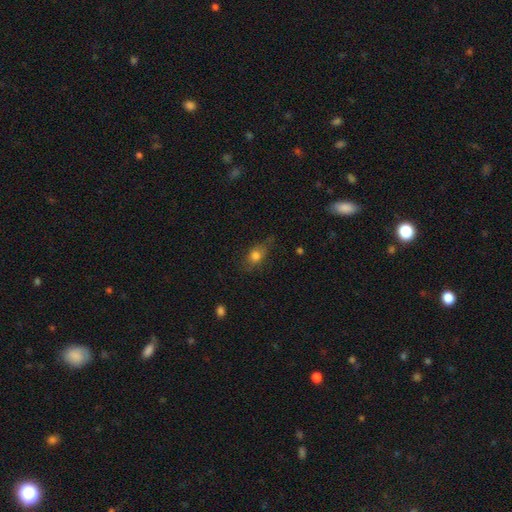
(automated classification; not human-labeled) smooth_or_featured: smooth (p=0.73) [alt: featured or disk p=0.17]
how_rounded: in between (p=0.71) [alt: round p=0.20]
merging: none (p=0.62) [alt: minor disturbance p=0.26]